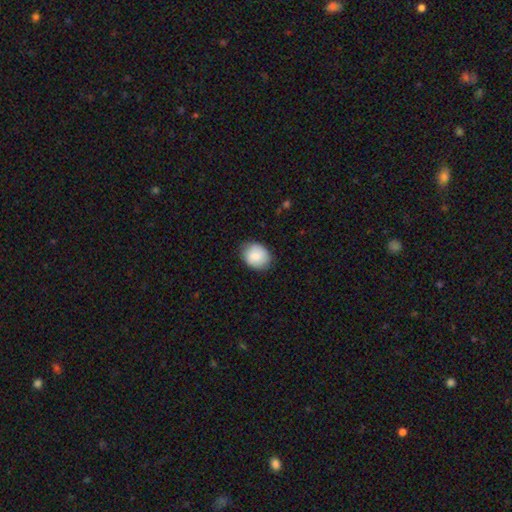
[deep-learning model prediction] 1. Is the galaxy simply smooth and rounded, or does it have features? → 87% smooth, 7% star or artifact, 6% featured or disk.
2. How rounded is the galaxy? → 50% round, 49% in between, 1% cigar-shaped.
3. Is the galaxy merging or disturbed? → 81% none, 15% minor disturbance, 3% major disturbance, 1% merger.